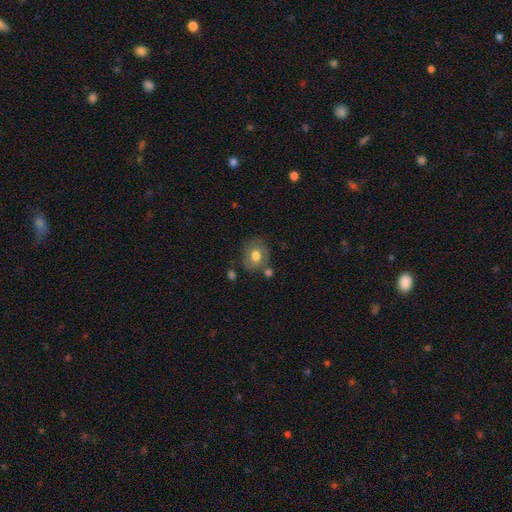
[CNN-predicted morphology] type=smooth (68%); roundness=in between (54%); merging=none (64%).